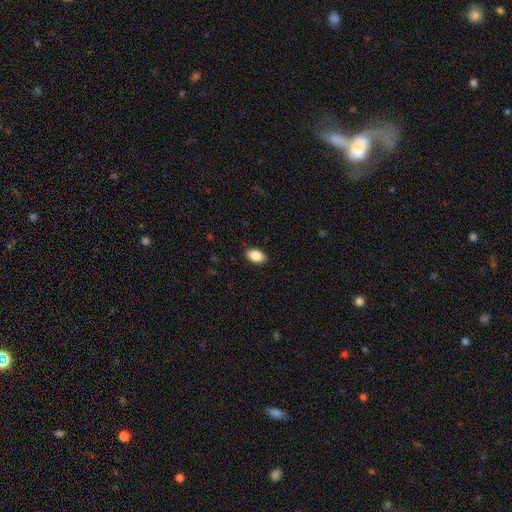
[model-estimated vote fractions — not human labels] Smooth or featured? smooth (88%)
How rounded? in between (93%)
Merging? none (89%)